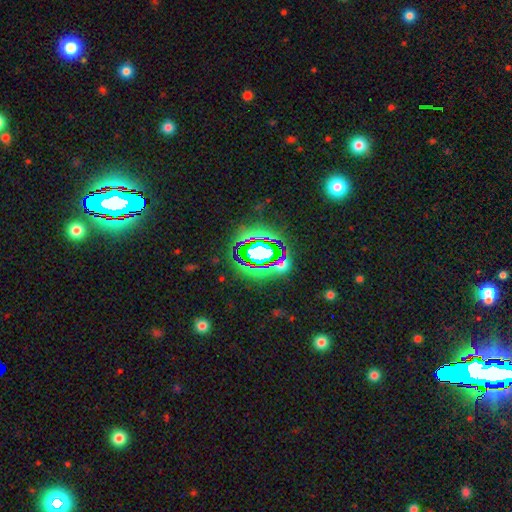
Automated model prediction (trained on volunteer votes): This appears to be a star or artifact, not a galaxy (65%).